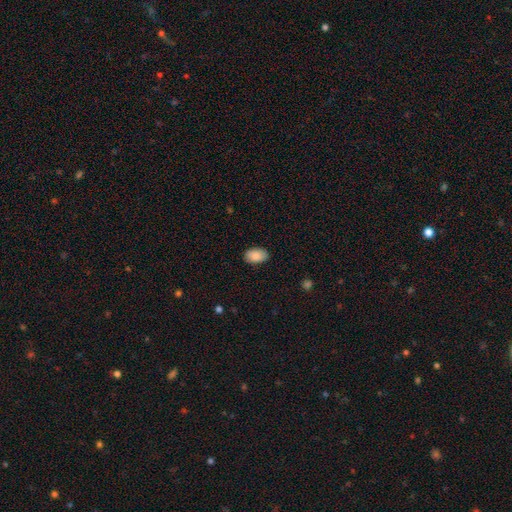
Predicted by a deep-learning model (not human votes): Q: Smooth or featured?
A: smooth (89%); runner-up: star or artifact (7%)
Q: How rounded?
A: in between (92%); runner-up: round (7%)
Q: Merging?
A: none (87%); runner-up: minor disturbance (10%)